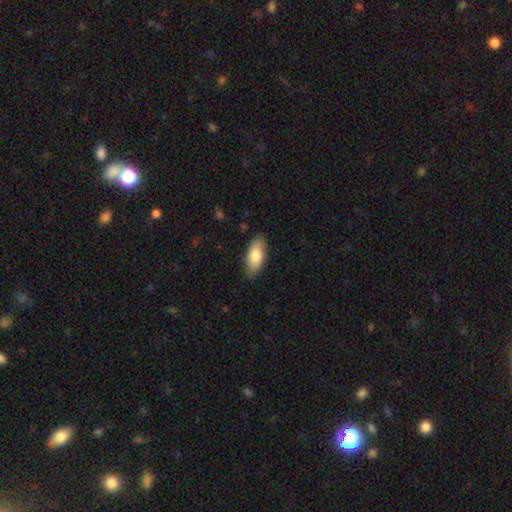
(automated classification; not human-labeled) A smooth galaxy with no disk features (79%) that is in between round and cigar-shaped (84%). Merging: none (83%).